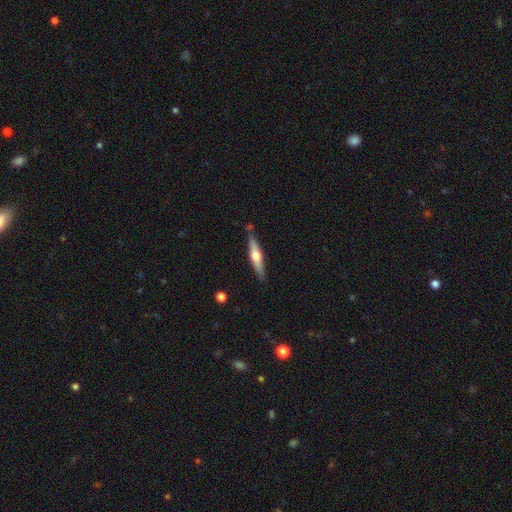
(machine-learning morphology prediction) Overall: featured or disk (58%; smooth 36%). Edge-on disk: yes (96%). Edge-on bulge: rounded (91%). Merging: none (81%).